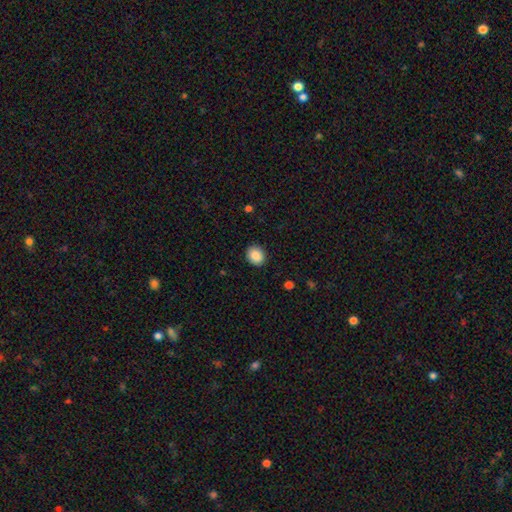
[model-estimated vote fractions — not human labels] This is clearly a smooth galaxy (89%). How rounded: likely round (65%). Merging: clearly none (90%).